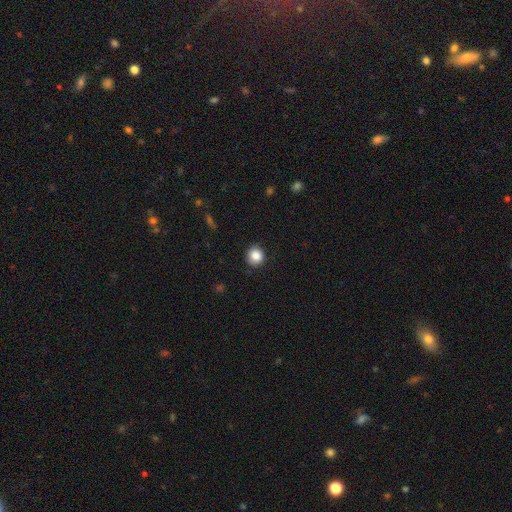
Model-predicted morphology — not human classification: smooth 86%, star or artifact 9%, featured or disk 4%. Down the decision tree: how rounded — round (88%); merging — none (86%).